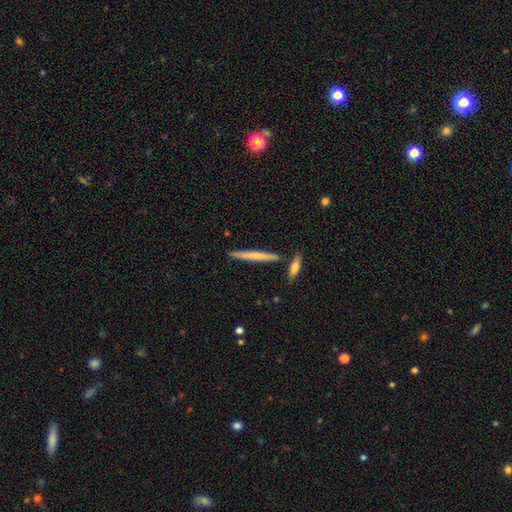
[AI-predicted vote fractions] Smooth or featured? smooth (59%)
How rounded? cigar-shaped (96%)
Merging? none (85%)